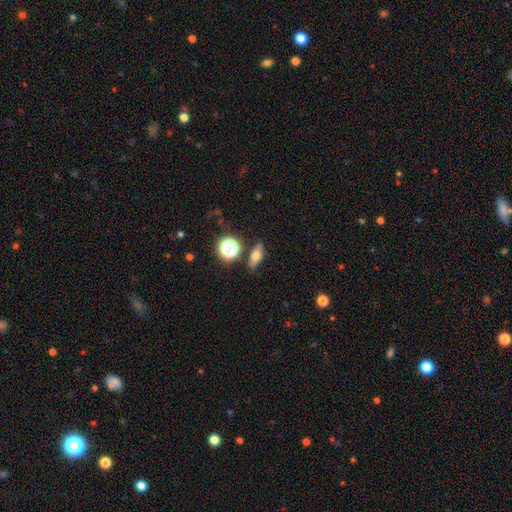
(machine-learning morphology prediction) smooth 61%, featured or disk 25%, star or artifact 14%. Down the decision tree: how rounded — in between (59%); merging — none (81%).